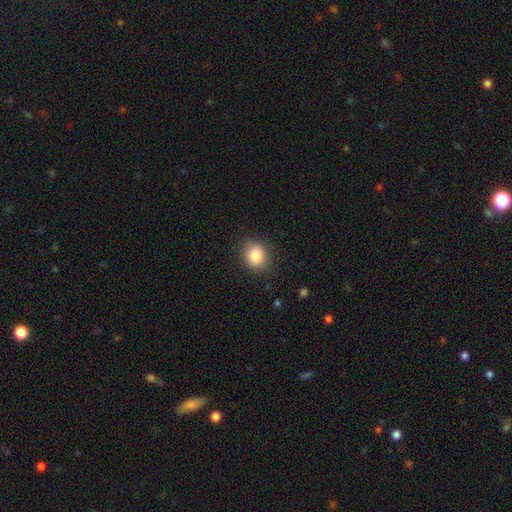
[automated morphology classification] Smooth or featured: smooth — 83% (star or artifact — 10%)
How rounded: round — 61% (in between — 38%)
Merging: none — 85% (minor disturbance — 11%)